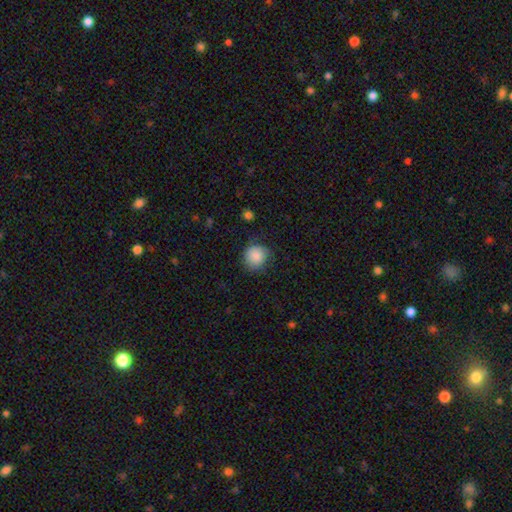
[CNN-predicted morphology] This appears to be a smooth galaxy with no disk features (87%) that is round (85%). Merging: none (72%).